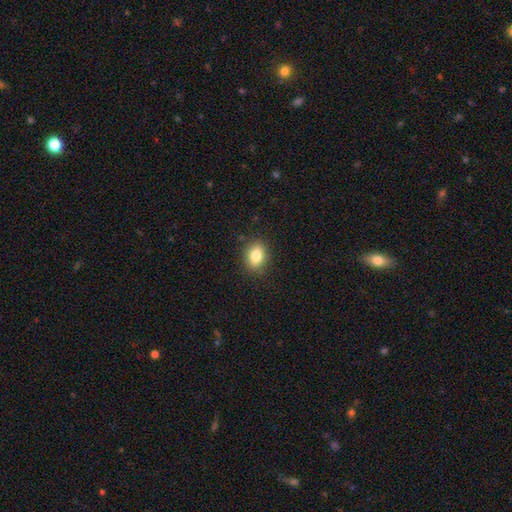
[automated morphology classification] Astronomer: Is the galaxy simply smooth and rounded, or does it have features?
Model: smooth — 81%.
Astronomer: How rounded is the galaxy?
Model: in between — 67%.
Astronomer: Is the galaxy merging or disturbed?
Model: none — 87%.